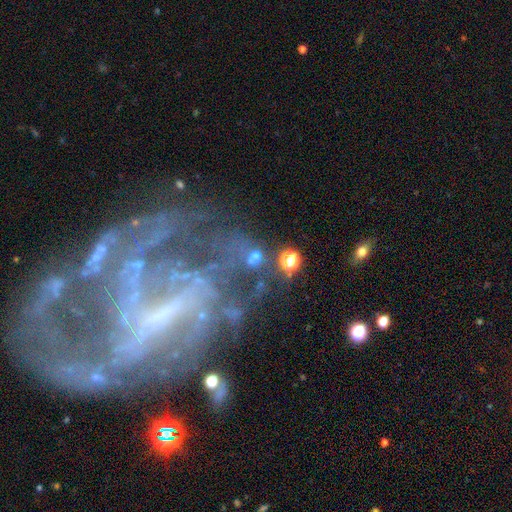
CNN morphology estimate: Smooth or featured: smooth — 39% (star or artifact — 31%)
Merging: none — 55% (major disturbance — 16%)